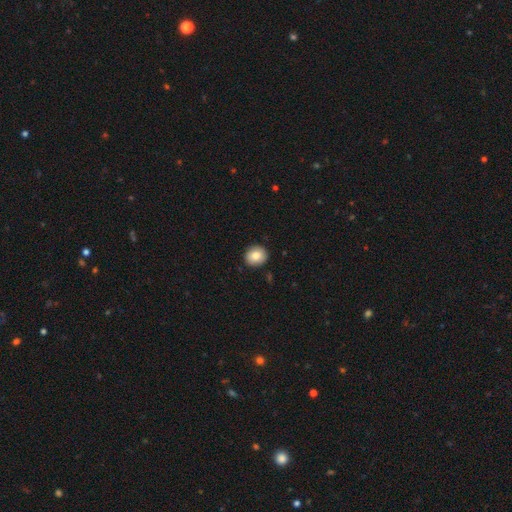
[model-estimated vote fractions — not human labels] This is clearly a smooth galaxy (83%). How rounded: clearly round (80%). Merging: clearly none (89%).